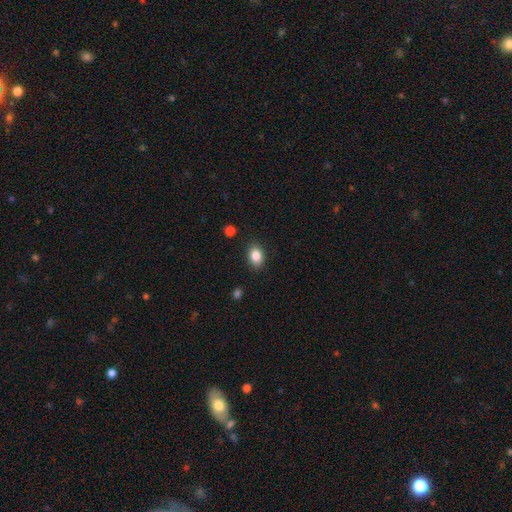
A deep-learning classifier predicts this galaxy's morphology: The model was most divided on "how rounded": in between: 78%, round: 20%, cigar-shaped: 1%. More confident: merging — none (86%); smooth or featured — smooth (86%).